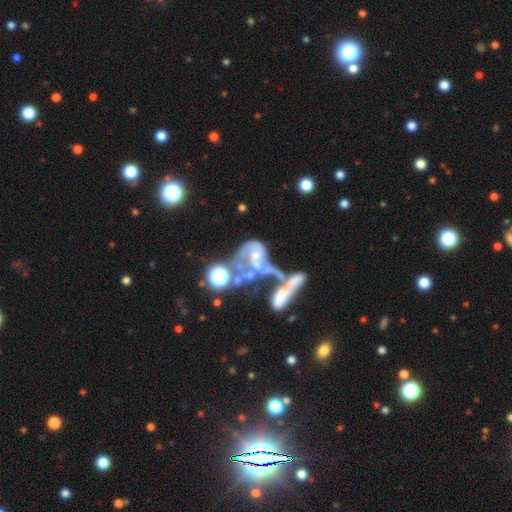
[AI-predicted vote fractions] A featured or disk galaxy (65%) with no bar (81%), no spiral arms (67%) and no central bulge (38%).

Vote fractions:
- Smooth or featured? featured or disk: 65% / smooth: 19% / star or artifact: 16%
- Edge-on disk? no: 96% / yes: 4%
- Bar? no: 81% / weak: 13% / strong: 6%
- Spiral arms? no: 67% / yes: 33%
- Bulge size? none: 38% / moderate: 28% / small: 27% / large: 5% / dominant: 2%
- Merging? merger: 59% / major disturbance: 24% / none: 11% / minor disturbance: 7%